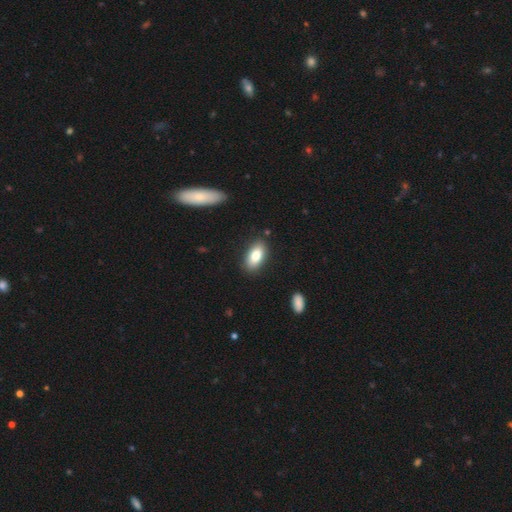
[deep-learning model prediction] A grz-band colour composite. It shows a smooth galaxy with no disk features (83%) that is in between round and cigar-shaped (90%). Merging: none (86%).